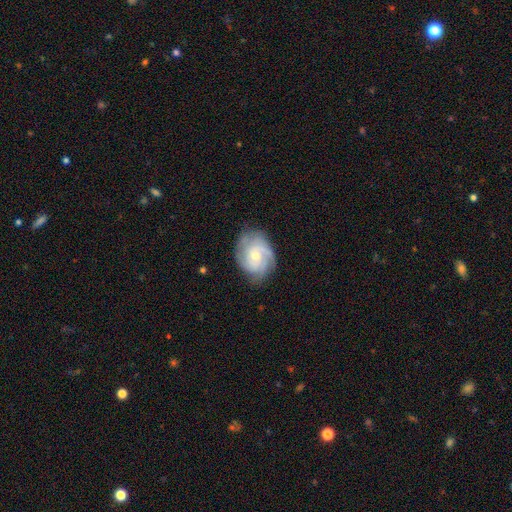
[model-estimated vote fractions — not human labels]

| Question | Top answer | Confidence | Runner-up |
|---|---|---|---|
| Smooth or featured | featured or disk | 82% | smooth (12%) |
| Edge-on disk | no | 97% | yes (3%) |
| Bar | no | 72% | weak (24%) |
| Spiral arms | yes | 96% | no (4%) |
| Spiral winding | tight | 60% | medium (33%) |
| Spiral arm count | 3 | 39% | can't tell (21%) |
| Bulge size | small | 55% | moderate (41%) |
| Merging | none | 75% | minor disturbance (18%) |